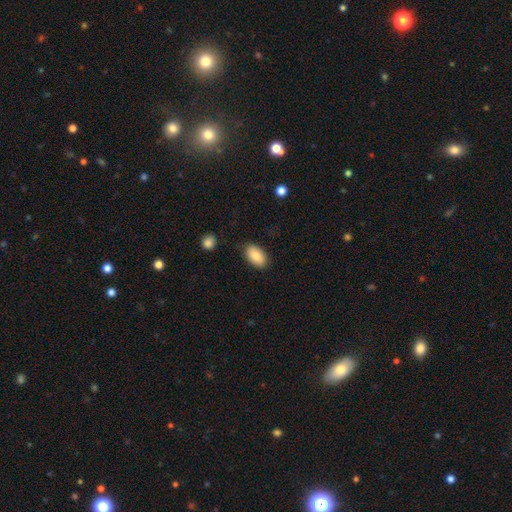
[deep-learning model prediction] smooth-or-featured: smooth: 86% | featured or disk: 8% | star or artifact: 7%
  how-rounded: in between: 93% | round: 6% | cigar-shaped: 1%
  merging: none: 84% | minor disturbance: 11% | major disturbance: 3% | merger: 2%